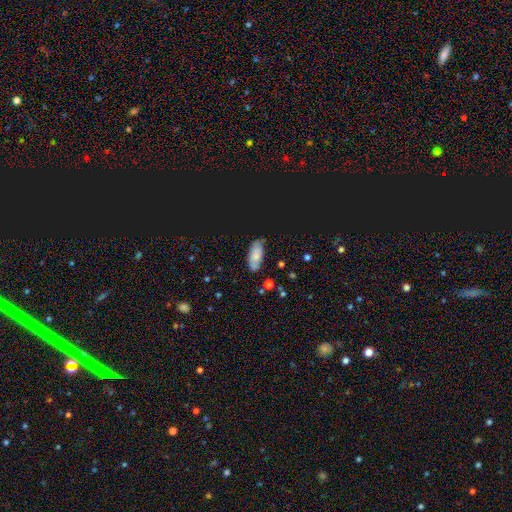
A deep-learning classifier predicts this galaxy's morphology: Smooth or featured: smooth — 63% (featured or disk — 19%)
How rounded: in between — 87% (cigar-shaped — 10%)
Merging: none — 79% (minor disturbance — 16%)